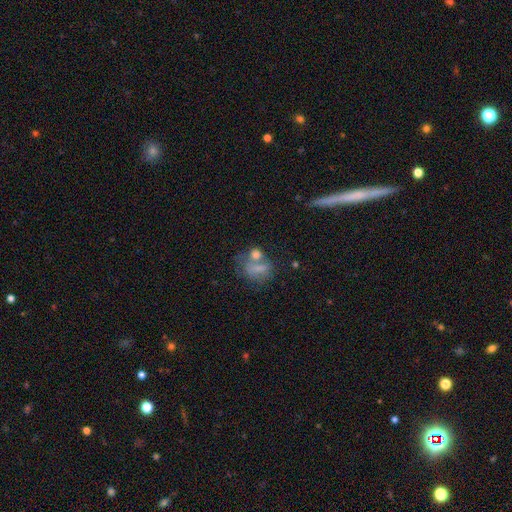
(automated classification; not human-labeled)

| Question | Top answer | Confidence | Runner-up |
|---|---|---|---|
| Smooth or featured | smooth | 56% | featured or disk (28%) |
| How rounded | in between | 55% | round (41%) |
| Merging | none | 35% | merger (32%) |